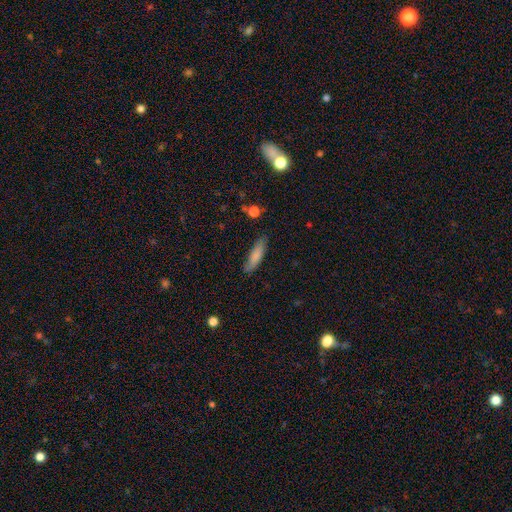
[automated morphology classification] The model was most divided on "how rounded": cigar-shaped: 66%, in between: 32%, round: 2%. More confident: smooth or featured — smooth (81%); merging — none (79%).